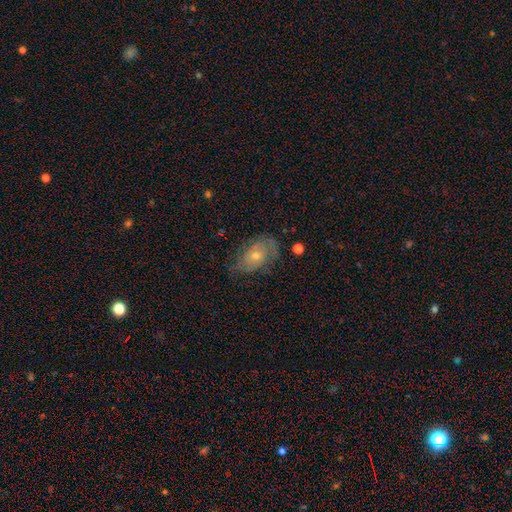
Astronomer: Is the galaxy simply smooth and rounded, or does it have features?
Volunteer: featured or disk — 58% (runner-up: smooth, 39%).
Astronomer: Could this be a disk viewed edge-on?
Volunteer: no — 100%.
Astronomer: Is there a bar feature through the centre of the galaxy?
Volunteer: no — 86%.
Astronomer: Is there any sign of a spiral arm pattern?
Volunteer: yes — 86%.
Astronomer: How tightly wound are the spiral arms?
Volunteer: tight — 44% (runner-up: medium, 33%).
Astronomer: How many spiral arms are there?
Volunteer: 2 — 44%, tied with can't tell at 44%.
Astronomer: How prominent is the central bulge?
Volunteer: small — 48% (runner-up: moderate, 43%).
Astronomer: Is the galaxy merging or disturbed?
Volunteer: none — 66%.